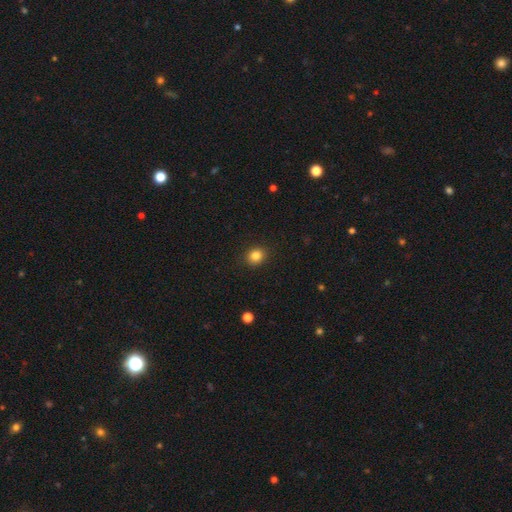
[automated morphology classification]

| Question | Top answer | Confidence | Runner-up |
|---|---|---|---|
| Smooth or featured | smooth | 84% | star or artifact (11%) |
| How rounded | round | 76% | in between (23%) |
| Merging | none | 91% | minor disturbance (6%) |